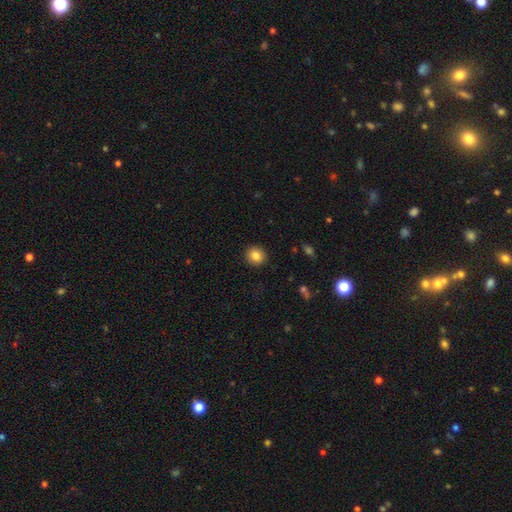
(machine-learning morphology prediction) This appears to be a smooth galaxy with no disk features (84%) that is round (83%). Merging: none (91%).